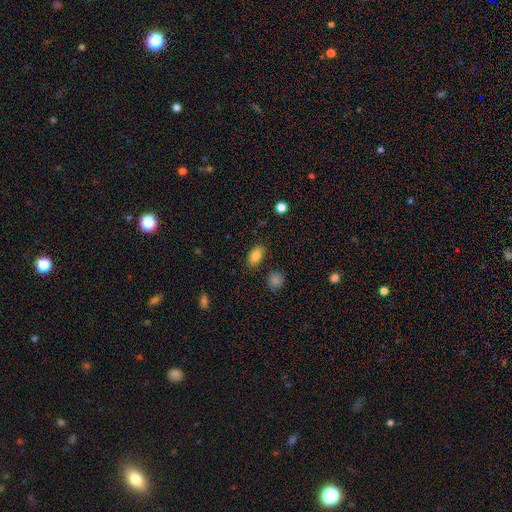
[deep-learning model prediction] This appears to be a smooth galaxy with no disk features (84%) that is in between round and cigar-shaped (90%). Merging: none (83%).